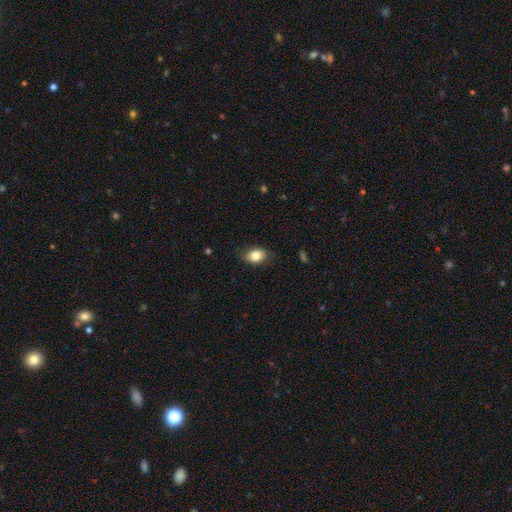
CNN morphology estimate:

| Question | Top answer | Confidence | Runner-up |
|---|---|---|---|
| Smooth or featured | smooth | 84% | featured or disk (8%) |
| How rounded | in between | 76% | round (23%) |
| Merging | none | 80% | minor disturbance (15%) |